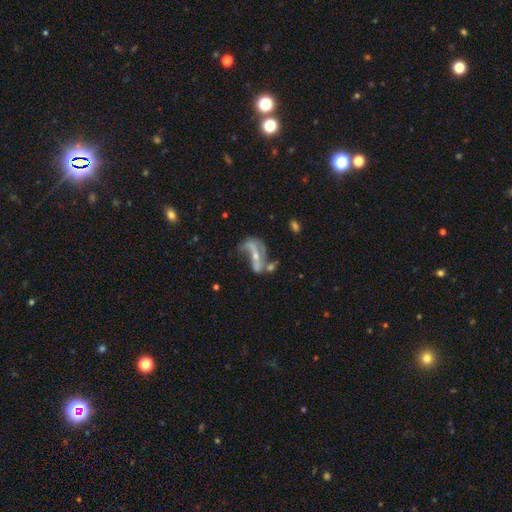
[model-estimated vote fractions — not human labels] Morphology: type=featured or disk (66%); edge-on=no (84%); bar=no (40%); spiral arms=yes (62%); bulge=small (55%); merging=major disturbance (30%).